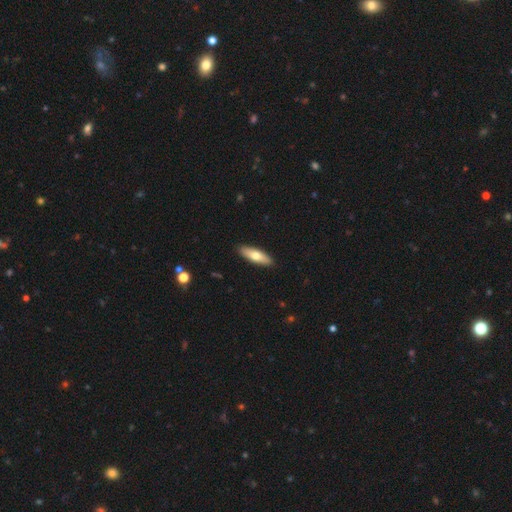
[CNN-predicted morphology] Smooth or featured?
  - smooth: 67% *
  - featured or disk: 28%
  - star or artifact: 5%
How rounded?
  - in between: 51% *
  - cigar-shaped: 47%
  - round: 2%
Merging?
  - none: 91% *
  - minor disturbance: 7%
  - major disturbance: 1%
  - merger: 1%